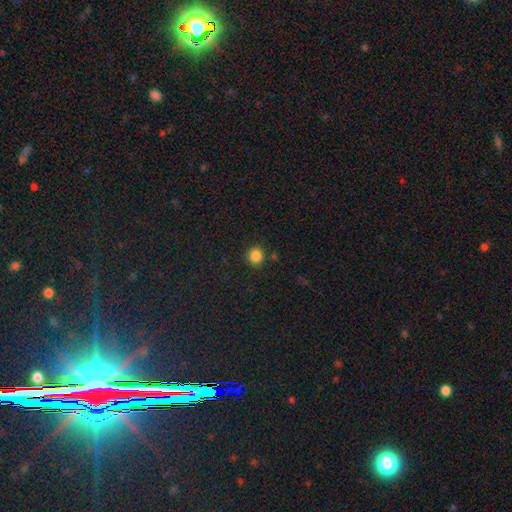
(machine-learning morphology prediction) The model was most divided on "smooth or featured": smooth: 84%, star or artifact: 12%, featured or disk: 4%. More confident: how rounded — round (89%); merging — none (88%).